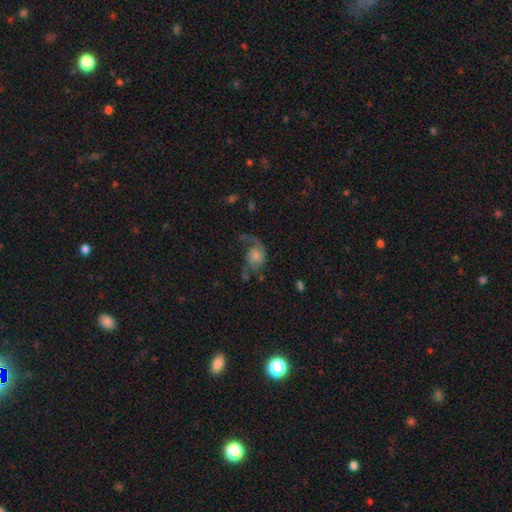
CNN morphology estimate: featured or disk 64%, smooth 27%, star or artifact 9%. Down the decision tree: edge-on disk — no (97%); bar — no (75%); spiral arms — yes (87%); spiral arm count — 2 (52%); spiral winding — loose (69%); bulge size — large (25%); merging — major disturbance (41%).